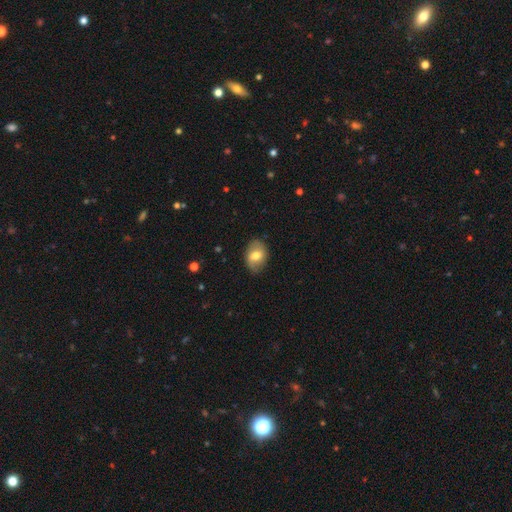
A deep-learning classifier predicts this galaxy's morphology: Smooth or featured? Predicted: smooth (p=0.64). How rounded? Predicted: in between (p=0.75). Merging? Predicted: none (p=0.81).